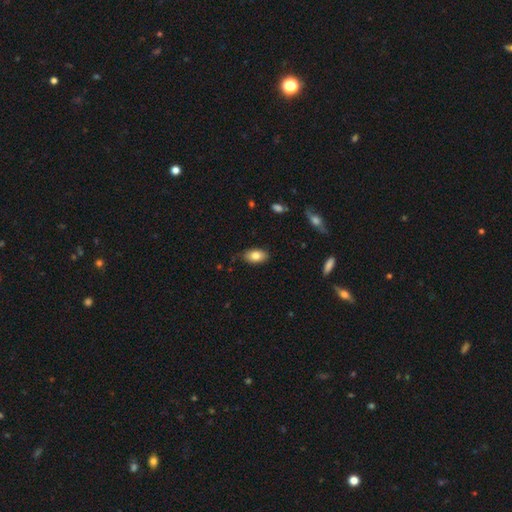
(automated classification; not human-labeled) smooth 81%, featured or disk 12%, star or artifact 7%. Down the decision tree: how rounded — in between (92%); merging — none (80%).